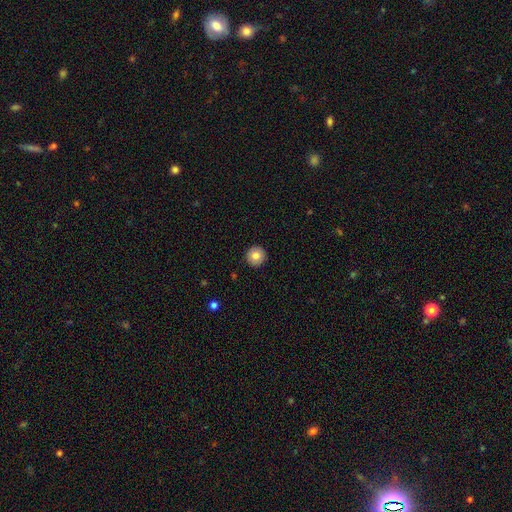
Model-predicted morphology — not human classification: A smooth galaxy with no disk features (83%) that is round (96%).

Vote fractions:
- Smooth or featured? smooth: 83% / featured or disk: 9% / star or artifact: 8%
- How rounded? round: 96% / in between: 3% / cigar-shaped: 1%
- Merging? none: 93% / minor disturbance: 4% / major disturbance: 1% / merger: 1%